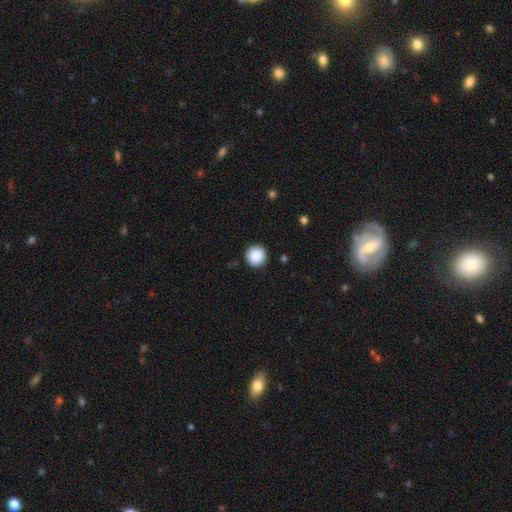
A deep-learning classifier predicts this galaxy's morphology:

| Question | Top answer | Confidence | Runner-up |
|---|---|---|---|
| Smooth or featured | smooth | 89% | star or artifact (9%) |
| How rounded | round | 94% | in between (5%) |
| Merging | none | 91% | minor disturbance (6%) |